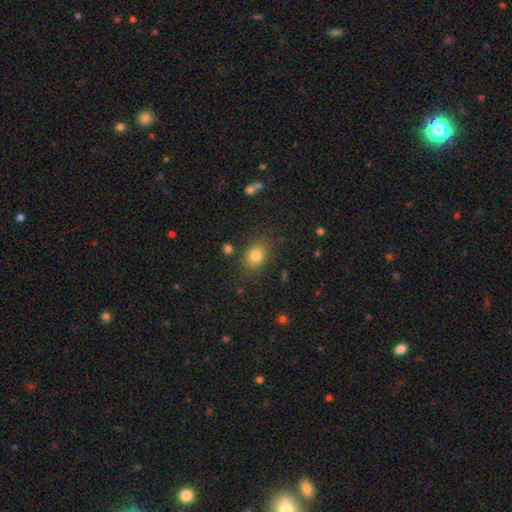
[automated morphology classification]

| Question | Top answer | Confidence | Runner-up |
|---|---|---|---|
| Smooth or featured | smooth | 80% | star or artifact (12%) |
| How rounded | in between | 57% | round (42%) |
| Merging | none | 80% | minor disturbance (13%) |